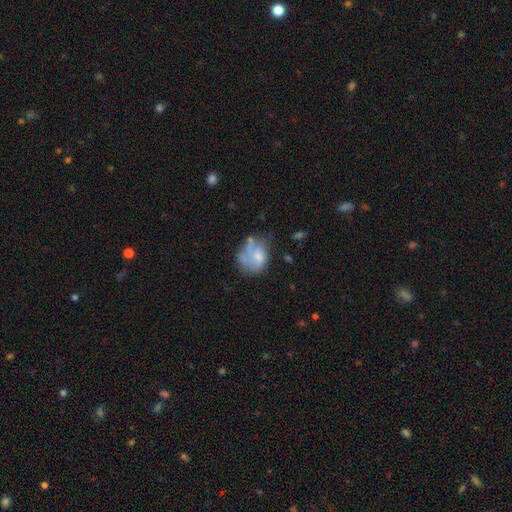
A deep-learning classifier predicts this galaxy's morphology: This is possibly a featured or disk galaxy (51%). It is clearly not viewed edge-on (98%). Merging: marginally none (36%).